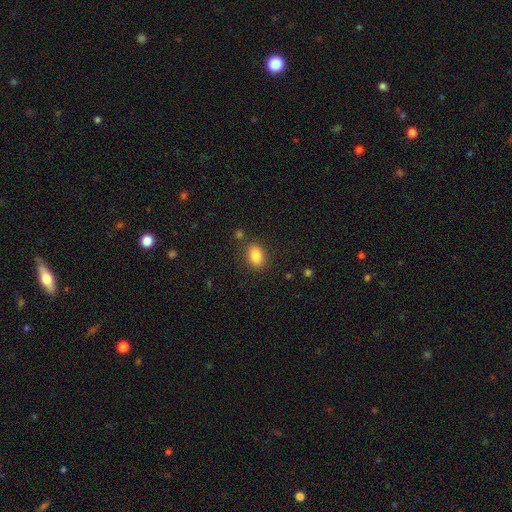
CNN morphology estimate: This is clearly a smooth galaxy (85%). How rounded: clearly in between (80%). Merging: clearly none (82%).